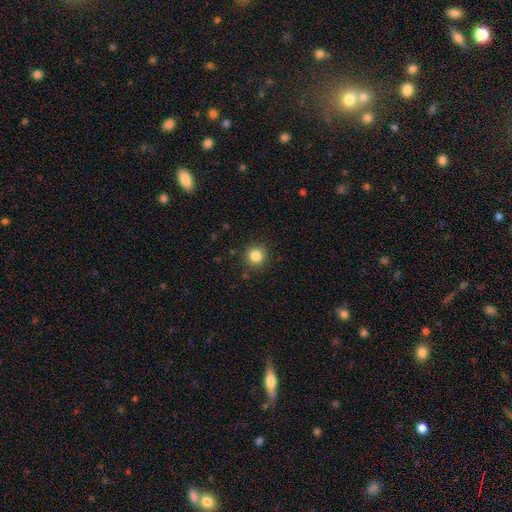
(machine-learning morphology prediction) Smooth or featured? smooth (83%)
How rounded? round (93%)
Merging? none (90%)